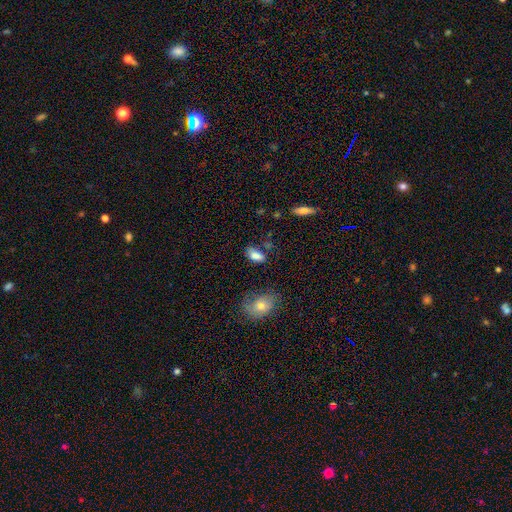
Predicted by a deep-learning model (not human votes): Smooth or featured: smooth — 83% (featured or disk — 9%)
How rounded: in between — 90% (cigar-shaped — 5%)
Merging: none — 62% (minor disturbance — 24%)